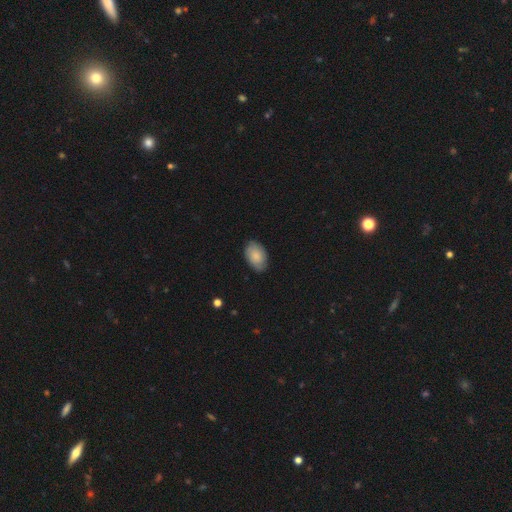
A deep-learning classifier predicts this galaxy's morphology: Overall: smooth (80%). How rounded: in between (92%). Merging: none (82%).